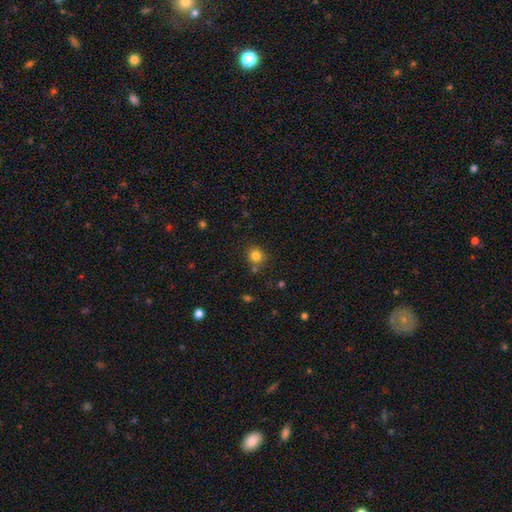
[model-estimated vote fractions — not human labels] Q: Smooth or featured?
A: smooth (82%); runner-up: star or artifact (12%)
Q: How rounded?
A: round (87%); runner-up: in between (12%)
Q: Merging?
A: none (78%); runner-up: merger (10%)